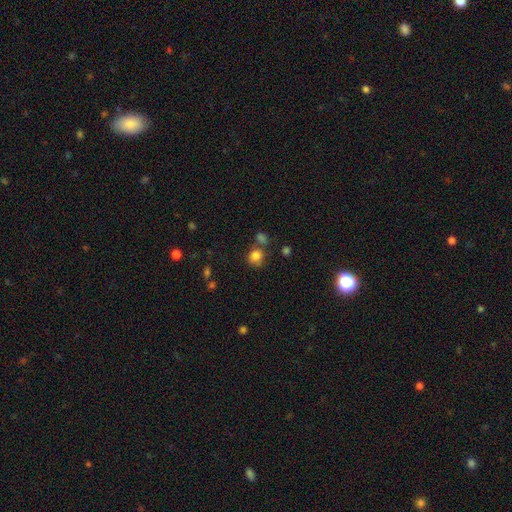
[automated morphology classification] smooth 81%, star or artifact 13%, featured or disk 6%. Down the decision tree: how rounded — round (79%); merging — none (64%).